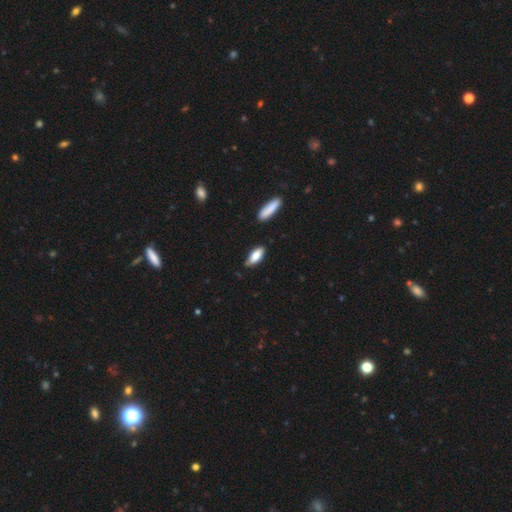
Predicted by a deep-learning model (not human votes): Morphology: type=smooth (77%); roundness=in between (75%); merging=none (75%).